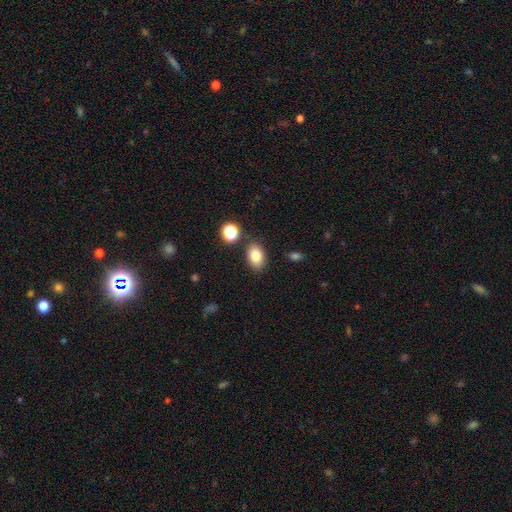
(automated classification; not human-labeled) This is clearly a smooth galaxy (82%). How rounded: clearly in between (85%). Merging: clearly none (82%).